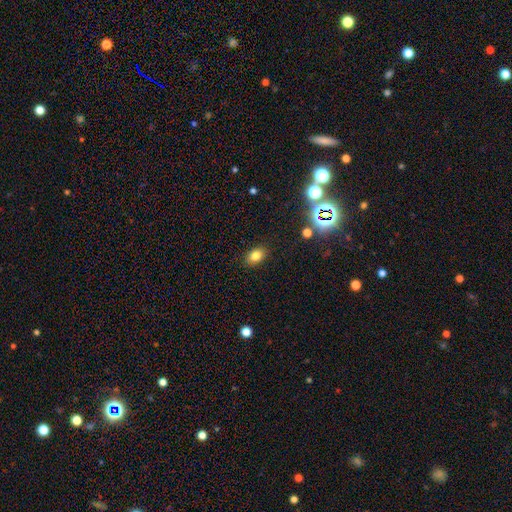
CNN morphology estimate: smooth-or-featured: smooth: 79% | star or artifact: 13% | featured or disk: 8%
  how-rounded: in between: 79% | round: 20% | cigar-shaped: 1%
  merging: none: 87% | minor disturbance: 9% | major disturbance: 2% | merger: 1%